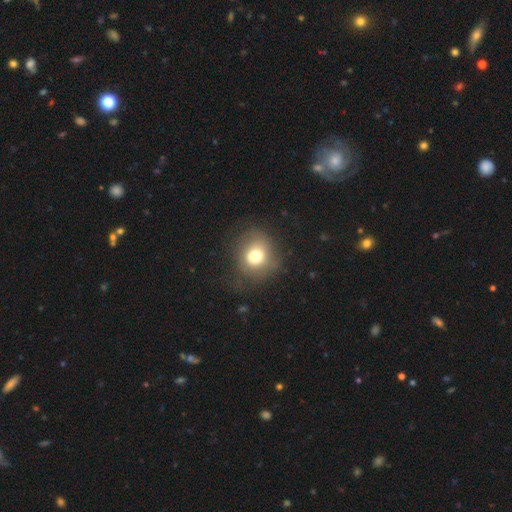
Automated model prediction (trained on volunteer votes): This appears to be a smooth galaxy with no disk features (73%) that is round (78%). Merging: none (69%).